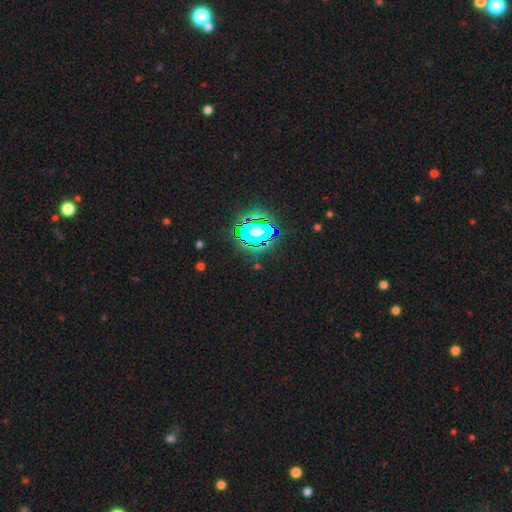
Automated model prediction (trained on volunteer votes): A star or artifact, not a galaxy (75%).

Vote fractions:
- Smooth or featured? star or artifact: 75% / smooth: 15% / featured or disk: 10%